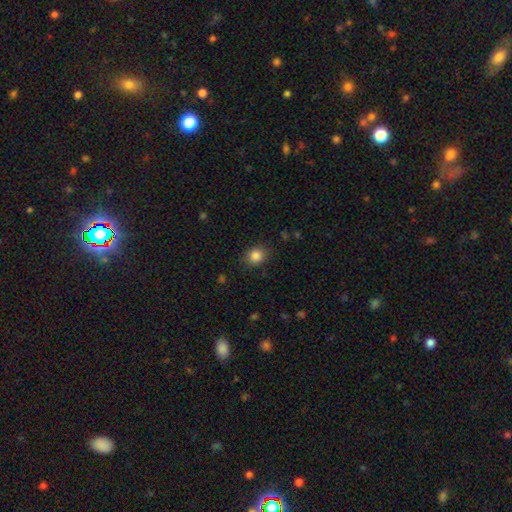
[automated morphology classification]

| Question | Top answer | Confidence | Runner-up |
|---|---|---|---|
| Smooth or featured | smooth | 85% | star or artifact (11%) |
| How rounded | round | 65% | in between (34%) |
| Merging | none | 85% | minor disturbance (11%) |